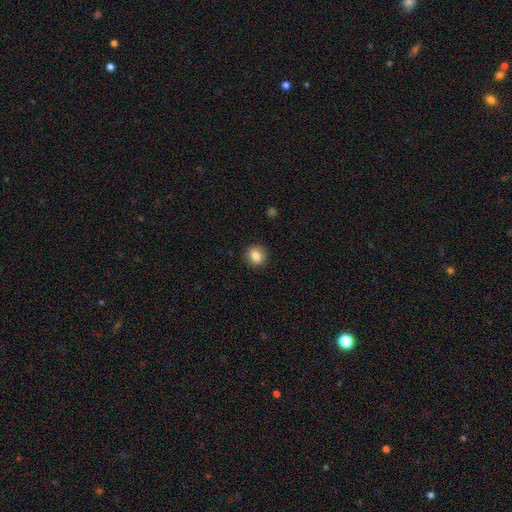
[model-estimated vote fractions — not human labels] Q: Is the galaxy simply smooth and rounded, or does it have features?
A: smooth — 82%.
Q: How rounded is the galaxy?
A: round — 79%.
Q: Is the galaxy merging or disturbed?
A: none — 90%.